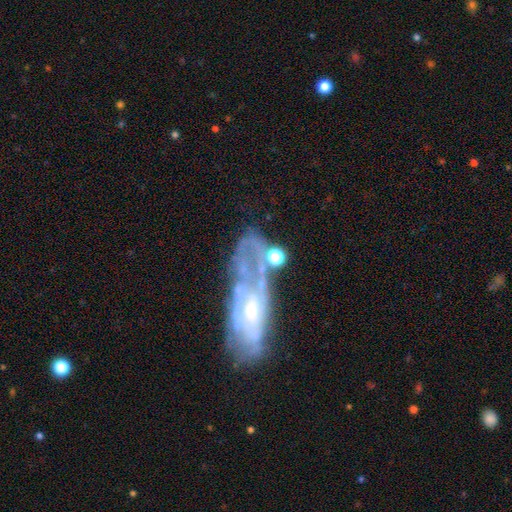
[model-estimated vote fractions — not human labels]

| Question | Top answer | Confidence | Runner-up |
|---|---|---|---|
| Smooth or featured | featured or disk | 71% | smooth (19%) |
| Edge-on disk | no | 84% | yes (16%) |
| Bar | no | 63% | weak (28%) |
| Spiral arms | yes | 59% | no (41%) |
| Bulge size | small | 50% | moderate (33%) |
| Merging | none | 41% | major disturbance (23%) |